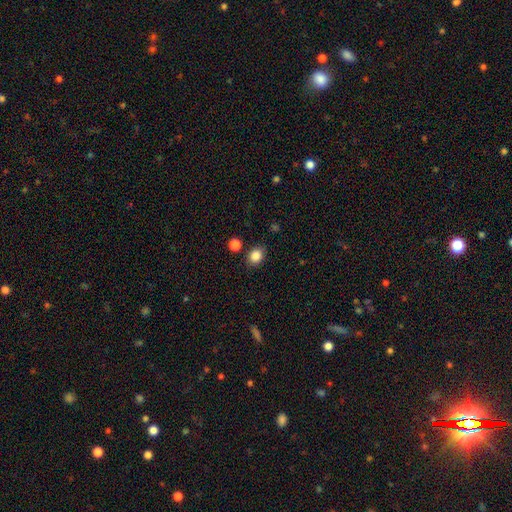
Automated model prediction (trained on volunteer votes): Morphology: type=smooth (85%); roundness=round (52%); merging=none (84%).